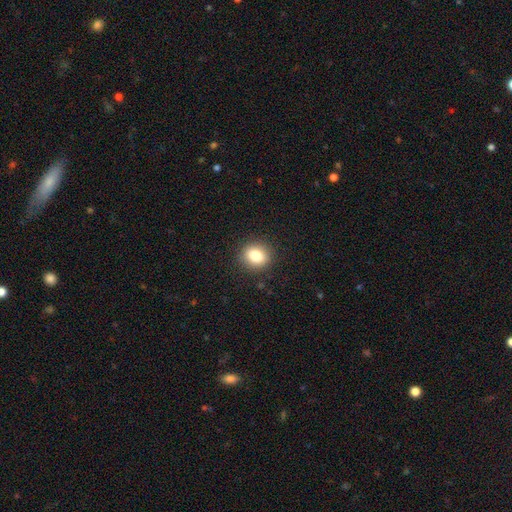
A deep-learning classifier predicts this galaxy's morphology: Smooth or featured?
  - smooth: 81% *
  - star or artifact: 11%
  - featured or disk: 8%
How rounded?
  - round: 73% *
  - in between: 25%
  - cigar-shaped: 1%
Merging?
  - none: 90% *
  - minor disturbance: 7%
  - major disturbance: 2%
  - merger: 1%